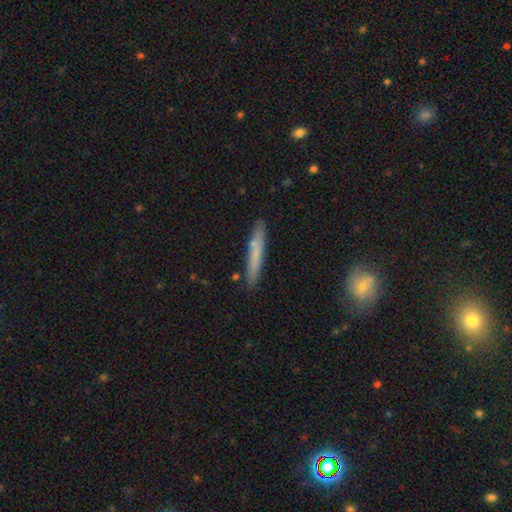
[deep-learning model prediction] smooth-or-featured: smooth: 66% | featured or disk: 28% | star or artifact: 6%
  how-rounded: cigar-shaped: 95% | in between: 4% | round: 1%
  merging: none: 86% | minor disturbance: 9% | merger: 3% | major disturbance: 2%